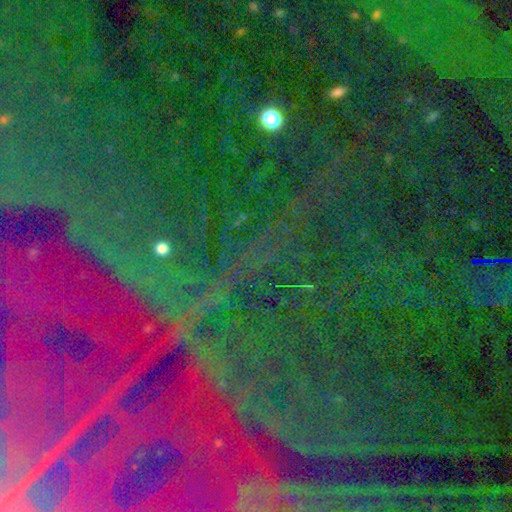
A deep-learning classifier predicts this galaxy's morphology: A star or artifact, not a galaxy (84%).

Vote fractions:
- Smooth or featured? star or artifact: 84% / smooth: 8% / featured or disk: 8%